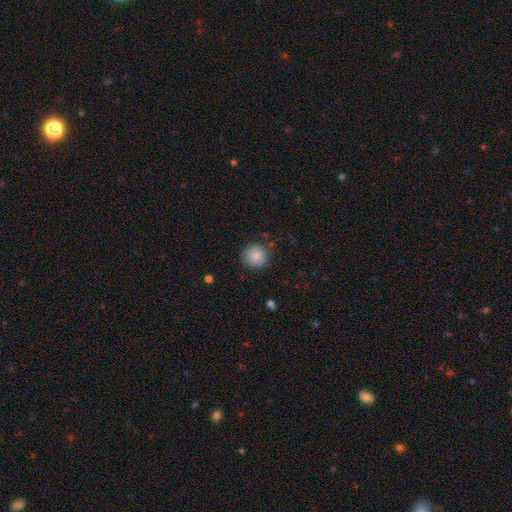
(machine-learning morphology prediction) type=smooth (84%); roundness=round (94%); merging=none (86%).